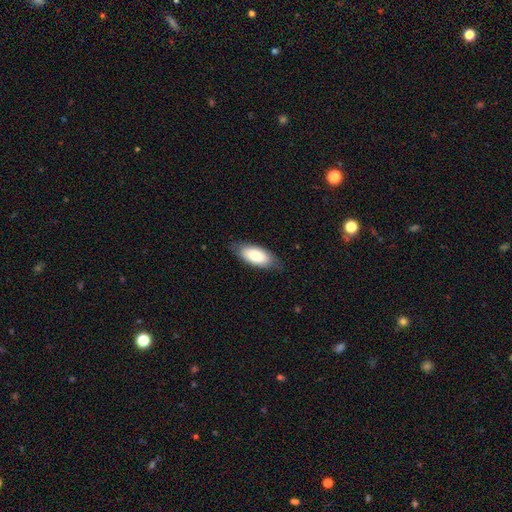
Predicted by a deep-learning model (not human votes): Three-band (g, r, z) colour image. It shows a smooth galaxy with no disk features (80%) that is in between round and cigar-shaped (88%). Merging: none (80%).